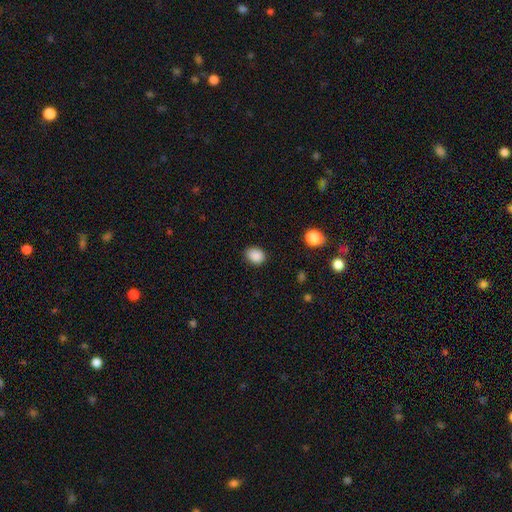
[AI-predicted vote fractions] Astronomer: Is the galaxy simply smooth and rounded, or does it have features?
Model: smooth — 88%.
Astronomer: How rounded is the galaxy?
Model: in between — 57% (runner-up: round, 42%).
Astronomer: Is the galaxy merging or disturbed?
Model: none — 84%.